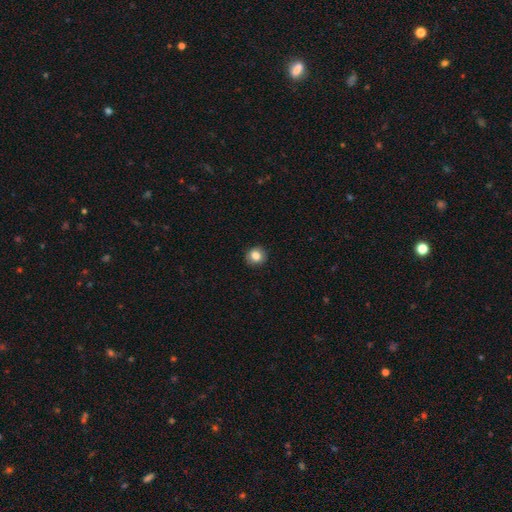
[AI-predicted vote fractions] This appears to be a smooth galaxy with no disk features (83%) that is round (90%). Merging: none (91%).